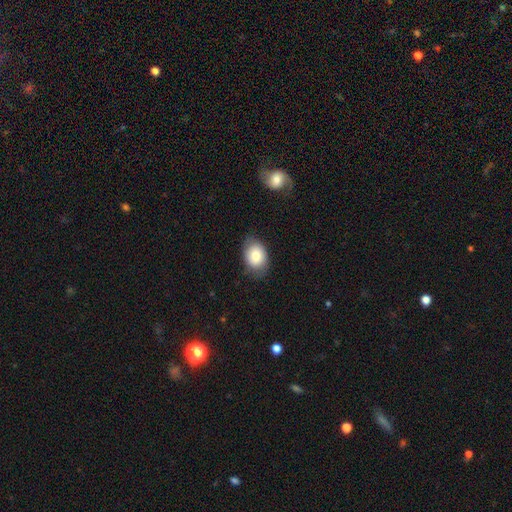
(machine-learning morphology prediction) Overall: smooth (77%). How rounded: in between (71%). Merging: none (76%).